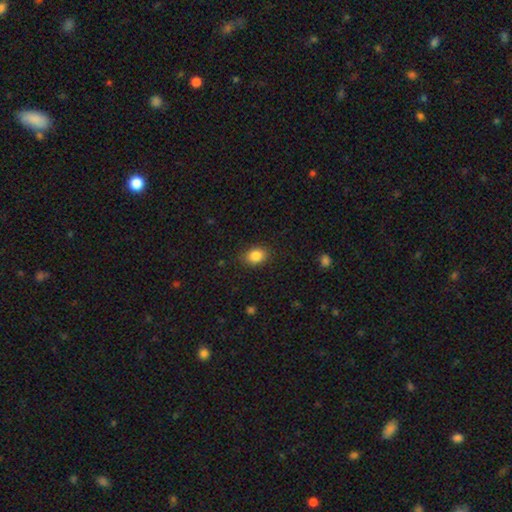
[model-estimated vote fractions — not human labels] A smooth galaxy with no disk features (86%) that is in between round and cigar-shaped (62%).

Vote fractions:
- Smooth or featured? smooth: 86% / star or artifact: 9% / featured or disk: 5%
- How rounded? in between: 62% / round: 37% / cigar-shaped: 1%
- Merging? none: 86% / minor disturbance: 10% / major disturbance: 3% / merger: 1%